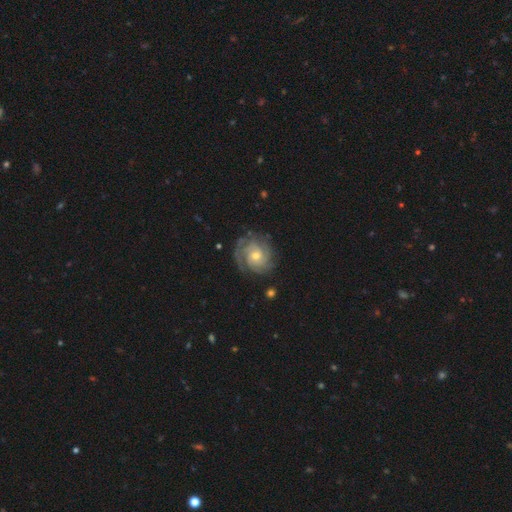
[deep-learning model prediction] A featured or disk galaxy (86%) with no bar (71%), can't tell (26%, tied with 3) tight (71%) spiral arms (97%) and a moderate central bulge (51%). Merging: none (76%).